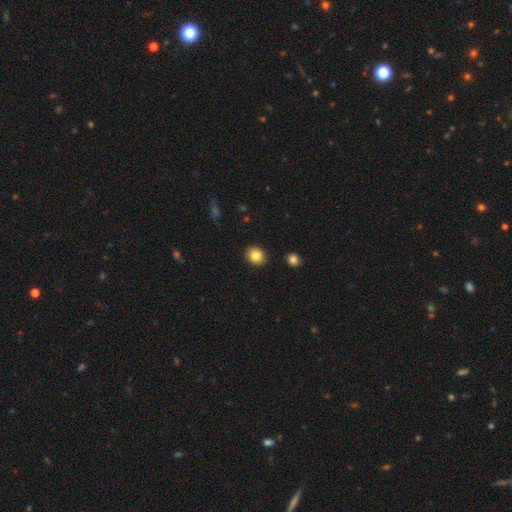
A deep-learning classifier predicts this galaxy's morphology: A smooth galaxy with no disk features (85%) that is round (66%).

Vote fractions:
- Smooth or featured? smooth: 85% / star or artifact: 9% / featured or disk: 6%
- How rounded? round: 66% / in between: 33% / cigar-shaped: 1%
- Merging? none: 90% / minor disturbance: 6% / major disturbance: 2% / merger: 2%